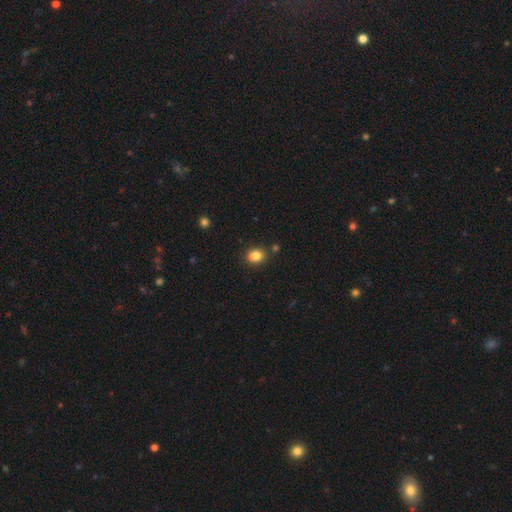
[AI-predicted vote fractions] smooth_or_featured: smooth (p=0.84) [alt: star or artifact p=0.11]
how_rounded: round (p=0.50) [alt: in between p=0.49]
merging: none (p=0.85) [alt: minor disturbance p=0.09]